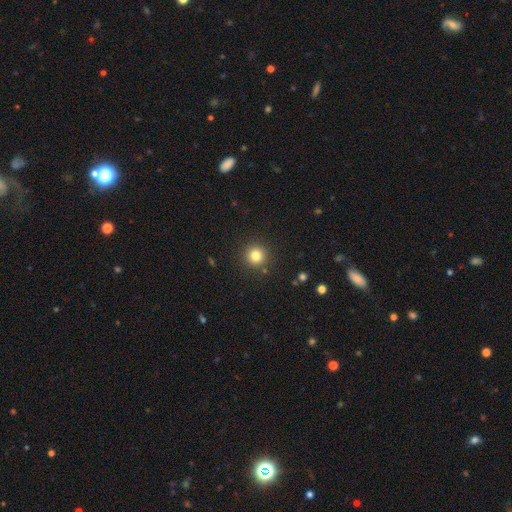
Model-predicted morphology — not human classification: Smooth or featured? smooth (81%)
How rounded? round (95%)
Merging? none (90%)